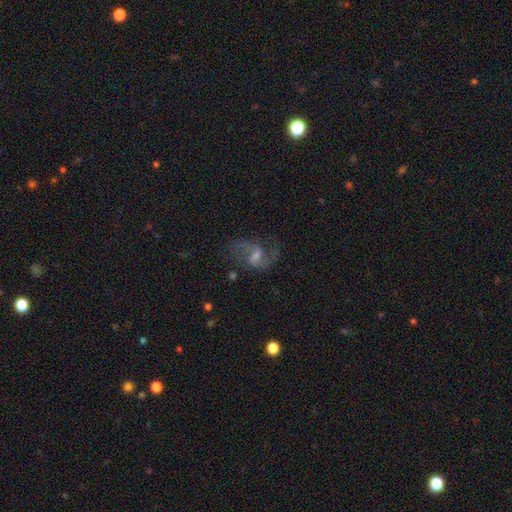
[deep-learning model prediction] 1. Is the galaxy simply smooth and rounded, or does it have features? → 80% featured or disk, 10% star or artifact, 9% smooth.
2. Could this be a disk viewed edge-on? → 97% no, 3% yes.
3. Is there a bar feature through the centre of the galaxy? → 56% weak, 26% no, 18% strong.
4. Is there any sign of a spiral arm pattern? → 94% yes, 6% no.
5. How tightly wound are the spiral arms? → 62% loose, 32% medium, 6% tight.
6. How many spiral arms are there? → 89% 2, 4% can't tell, 3% 1, 1% 3, 1% 4, 1% more than 4.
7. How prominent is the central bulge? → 44% small, 36% moderate, 15% none, 4% large, 1% dominant.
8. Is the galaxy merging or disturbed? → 69% none, 16% minor disturbance, 13% major disturbance, 2% merger.